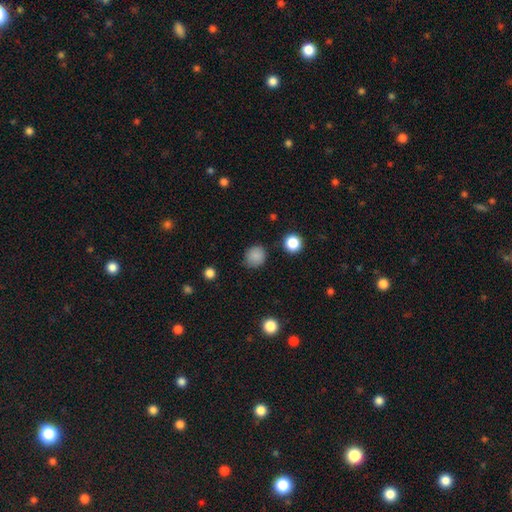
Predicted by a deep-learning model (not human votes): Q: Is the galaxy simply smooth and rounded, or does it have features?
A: smooth — 84%.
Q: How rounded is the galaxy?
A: round — 85%.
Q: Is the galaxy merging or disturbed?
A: none — 80%.